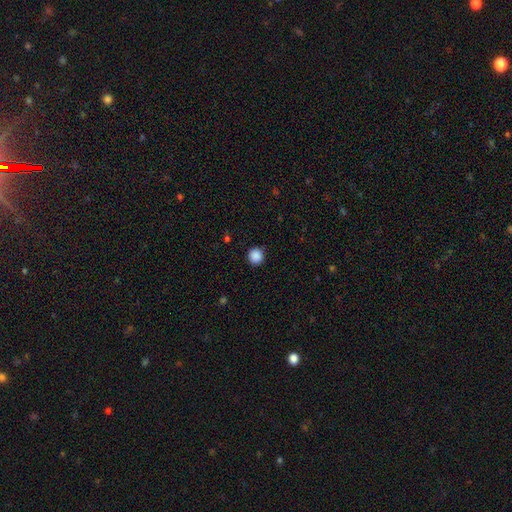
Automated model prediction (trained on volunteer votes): Overall: smooth (88%). How rounded: round (94%). Merging: none (90%).